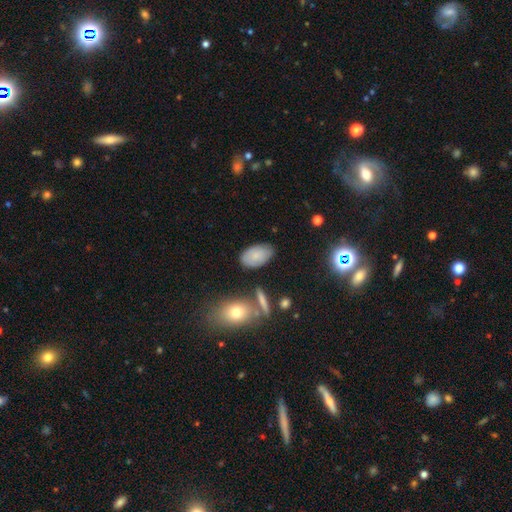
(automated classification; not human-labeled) Smooth or featured? Predicted: smooth (p=0.76). How rounded? Predicted: in between (p=0.93). Merging? Predicted: none (p=0.73).